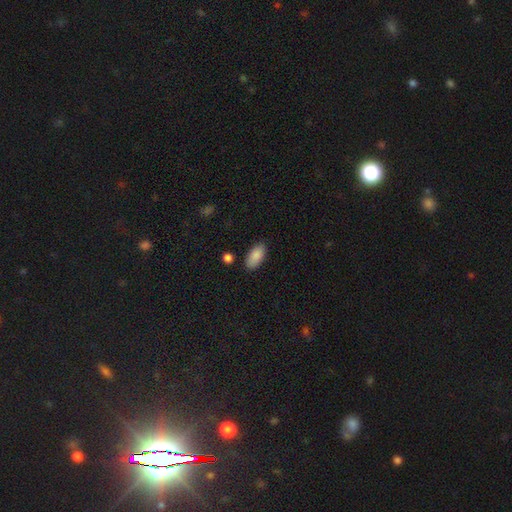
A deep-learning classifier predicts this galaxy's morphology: This is clearly a smooth galaxy (89%). How rounded: clearly in between (93%). Merging: clearly none (84%).